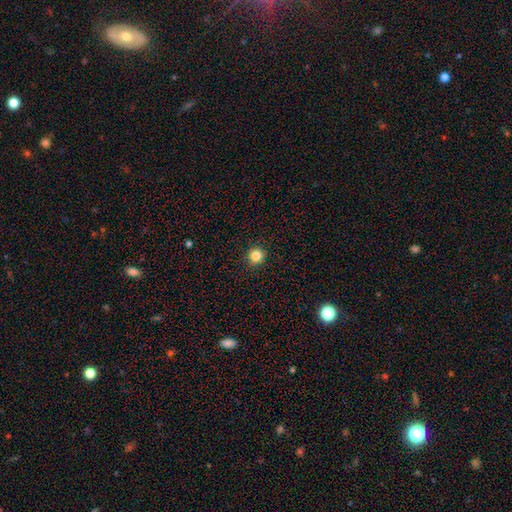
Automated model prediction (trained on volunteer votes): smooth-or-featured: smooth: 84% | star or artifact: 12% | featured or disk: 4%
  how-rounded: round: 94% | in between: 5% | cigar-shaped: 1%
  merging: none: 93% | minor disturbance: 5% | major disturbance: 2% | merger: 1%